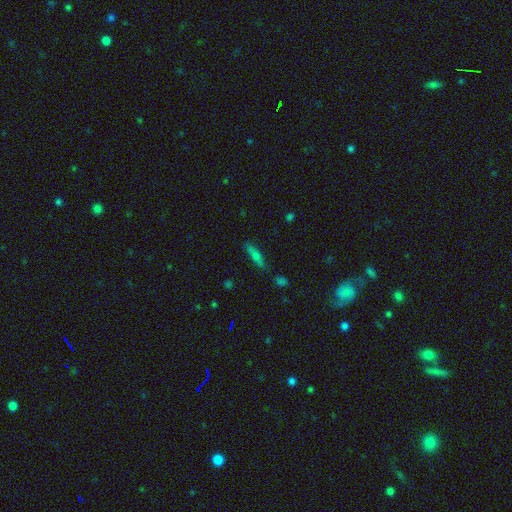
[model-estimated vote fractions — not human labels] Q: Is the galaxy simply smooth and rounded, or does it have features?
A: smooth — 46%.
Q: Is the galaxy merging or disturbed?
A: none — 81%.